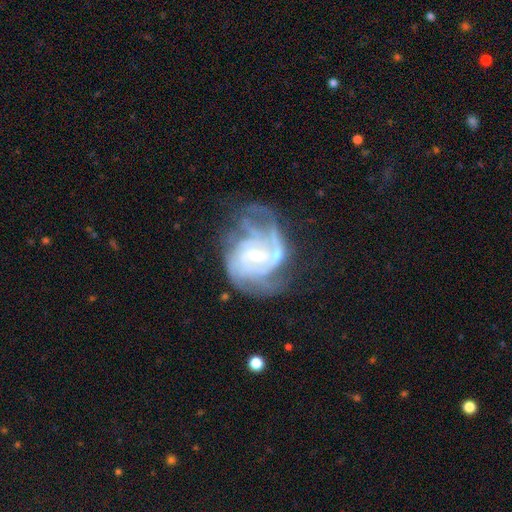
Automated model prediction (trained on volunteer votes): Smooth or featured?
  - featured or disk: 87% *
  - star or artifact: 6%
  - smooth: 6%
Edge-on disk?
  - no: 98% *
  - yes: 2%
Bar?
  - weak: 55% *
  - no: 24%
  - strong: 20%
Spiral arms?
  - yes: 95% *
  - no: 5%
Spiral winding?
  - tight: 49% *
  - medium: 40%
  - loose: 11%
Spiral arm count?
  - 2: 29% *
  - can't tell: 28%
  - 3: 22%
  - 4: 11%
  - 1: 5%
  - more than 4: 5%
Bulge size?
  - small: 57% *
  - moderate: 34%
  - none: 5%
  - large: 3%
  - dominant: 1%
Merging?
  - none: 49% *
  - minor disturbance: 23%
  - major disturbance: 23%
  - merger: 6%